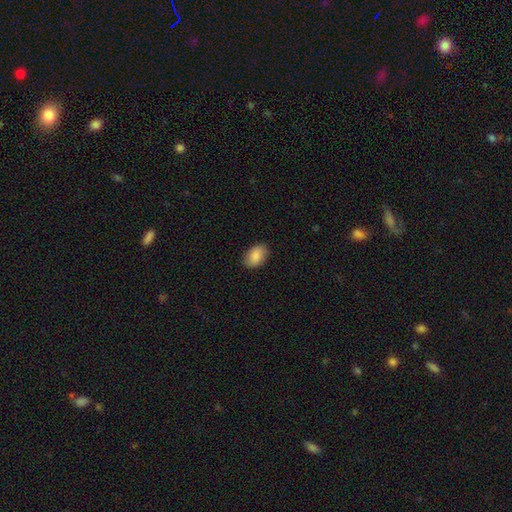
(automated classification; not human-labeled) Q: Smooth or featured?
A: smooth (88%); runner-up: star or artifact (6%)
Q: How rounded?
A: in between (89%); runner-up: round (10%)
Q: Merging?
A: none (87%); runner-up: minor disturbance (10%)